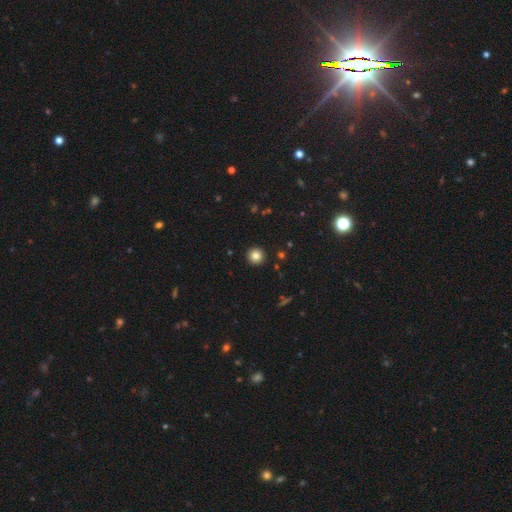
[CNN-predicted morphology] Q: Smooth or featured?
A: smooth (82%); runner-up: star or artifact (11%)
Q: How rounded?
A: round (96%); runner-up: in between (3%)
Q: Merging?
A: none (93%); runner-up: minor disturbance (4%)